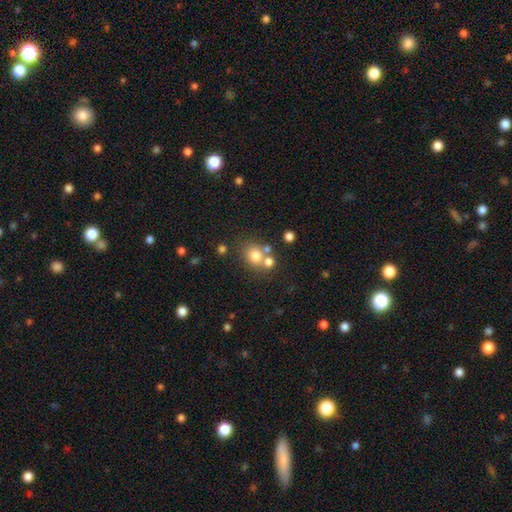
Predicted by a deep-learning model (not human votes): Morphology: type=smooth (75%); roundness=round (67%); merging=none (57%).